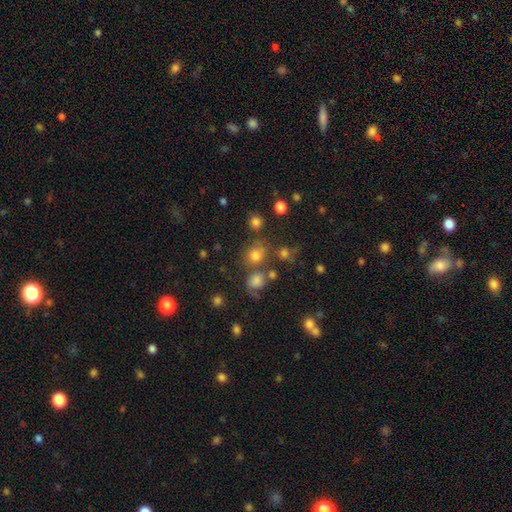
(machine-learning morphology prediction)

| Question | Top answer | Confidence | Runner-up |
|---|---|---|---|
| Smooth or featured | smooth | 68% | star or artifact (23%) |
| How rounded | round | 80% | in between (19%) |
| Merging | none | 70% | merger (14%) |